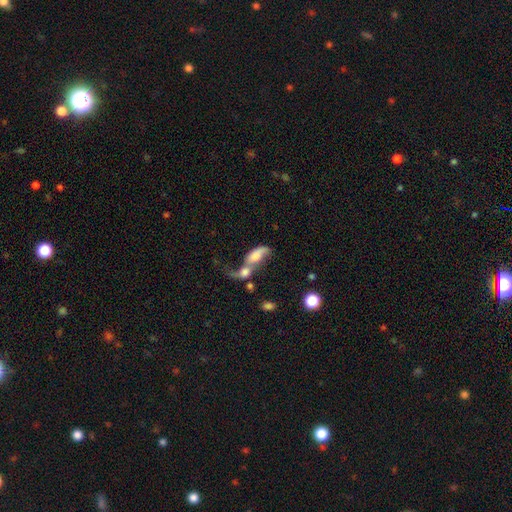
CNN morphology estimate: smooth 52%, featured or disk 38%, star or artifact 10%. Down the decision tree: how rounded — in between (77%); merging — merger (71%).